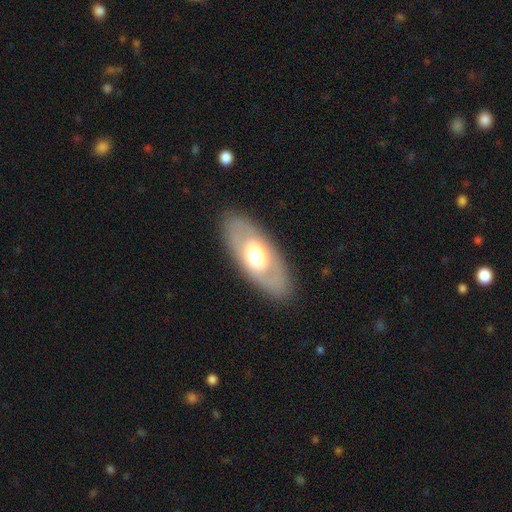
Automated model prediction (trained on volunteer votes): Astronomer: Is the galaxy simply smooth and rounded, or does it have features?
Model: smooth — 48% (runner-up: featured or disk, 45%).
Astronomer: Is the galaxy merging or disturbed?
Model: none — 85%.